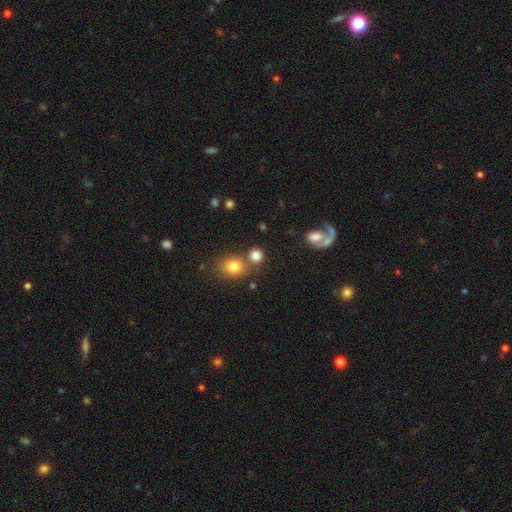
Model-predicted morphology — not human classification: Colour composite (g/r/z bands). It shows a smooth galaxy with no disk features (79%) that is round (85%). Merging: none (65%).